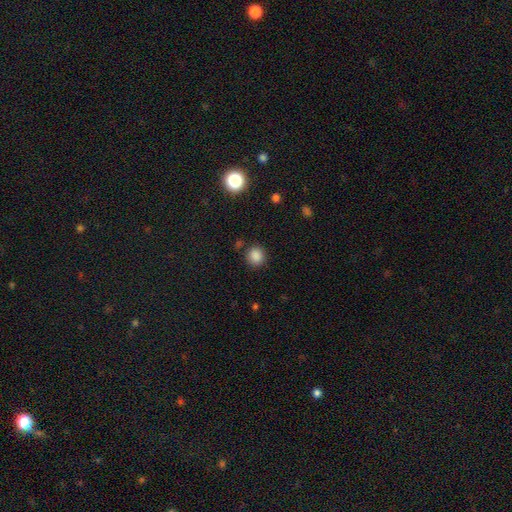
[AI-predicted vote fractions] smooth-or-featured: smooth: 85% | star or artifact: 11% | featured or disk: 3%
  how-rounded: round: 88% | in between: 11% | cigar-shaped: 1%
  merging: none: 84% | minor disturbance: 10% | major disturbance: 3% | merger: 3%